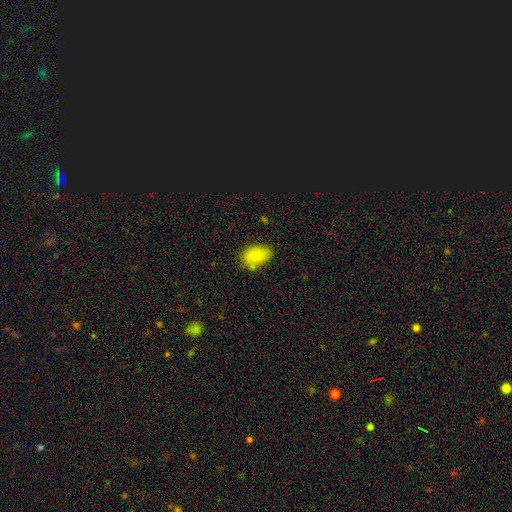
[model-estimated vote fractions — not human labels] smooth-or-featured: smooth: 81% | featured or disk: 10% | star or artifact: 9%
  how-rounded: in between: 83% | round: 16% | cigar-shaped: 1%
  merging: none: 66% | minor disturbance: 23% | merger: 7% | major disturbance: 5%